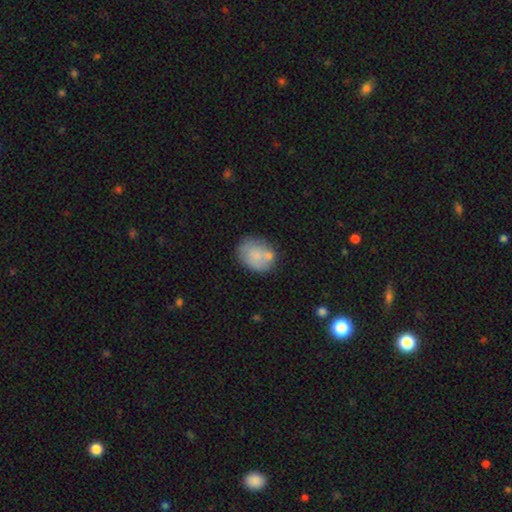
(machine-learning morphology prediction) Smooth or featured? Predicted: smooth (p=0.72). How rounded? Predicted: in between (p=0.53). Merging? Predicted: none (p=0.58).